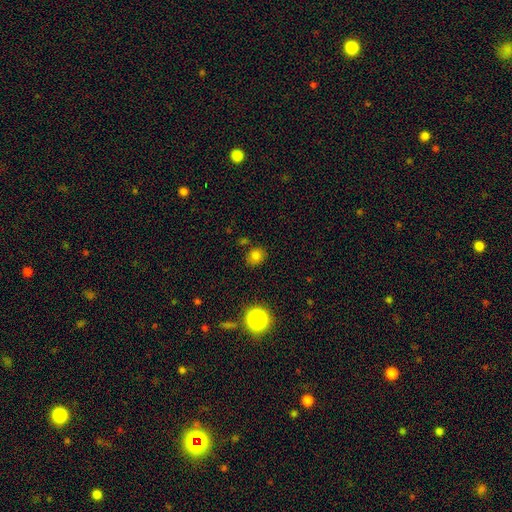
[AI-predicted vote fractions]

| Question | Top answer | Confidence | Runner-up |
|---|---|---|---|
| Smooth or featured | smooth | 77% | star or artifact (17%) |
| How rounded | round | 72% | in between (27%) |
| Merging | none | 79% | minor disturbance (13%) |